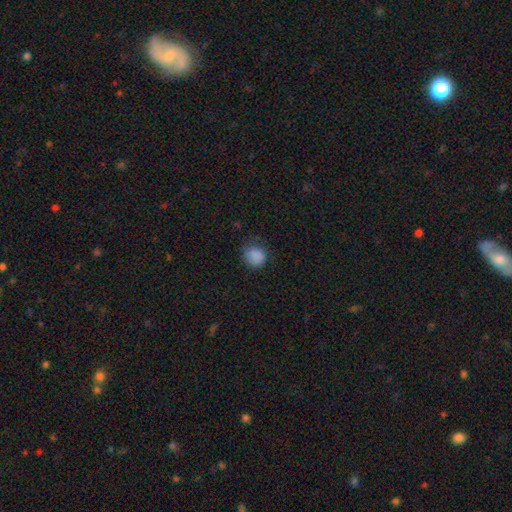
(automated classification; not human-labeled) Smooth or featured?
  - smooth: 85% *
  - star or artifact: 10%
  - featured or disk: 5%
How rounded?
  - round: 80% *
  - in between: 19%
  - cigar-shaped: 1%
Merging?
  - none: 64% *
  - minor disturbance: 25%
  - major disturbance: 11%
  - merger: 1%